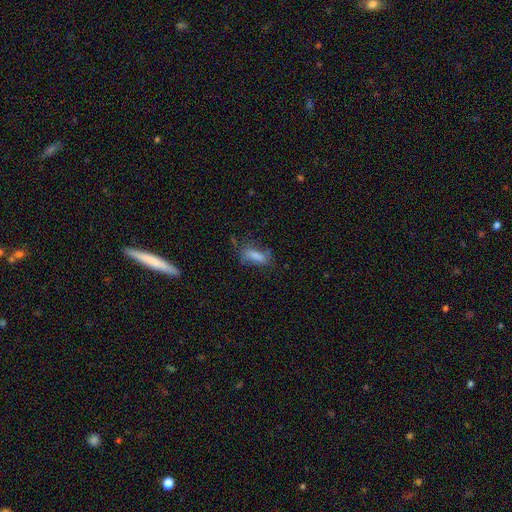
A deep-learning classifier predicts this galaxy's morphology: smooth-or-featured: smooth: 69% | featured or disk: 20% | star or artifact: 11%
  how-rounded: in between: 73% | cigar-shaped: 24% | round: 3%
  merging: none: 46% | minor disturbance: 27% | major disturbance: 22% | merger: 4%